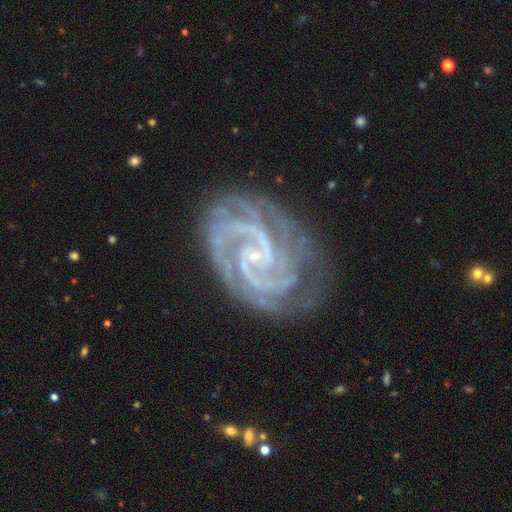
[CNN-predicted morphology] A featured or disk galaxy (93%) with no bar (41%), 2 (51%) tight (67%) spiral arms (99%) and a small central bulge (82%).

Vote fractions:
- Smooth or featured? featured or disk: 93% / star or artifact: 5% / smooth: 2%
- Edge-on disk? no: 98% / yes: 2%
- Bar? no: 41% / weak: 40% / strong: 19%
- Spiral arms? yes: 99% / no: 1%
- Spiral winding? tight: 67% / medium: 30% / loose: 4%
- Spiral arm count? 2: 51% / 3: 20% / can't tell: 9% / 4: 8% / more than 4: 6% / 1: 6%
- Bulge size? small: 82% / none: 9% / moderate: 8% / large: 1% / dominant: 1%
- Merging? none: 77% / minor disturbance: 16% / major disturbance: 5% / merger: 2%